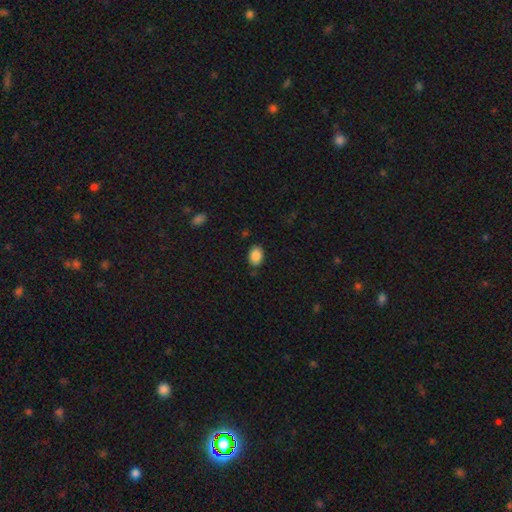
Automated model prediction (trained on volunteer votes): Smooth or featured?
  - smooth: 88% *
  - star or artifact: 8%
  - featured or disk: 4%
How rounded?
  - in between: 80% *
  - round: 19%
  - cigar-shaped: 1%
Merging?
  - none: 81% *
  - minor disturbance: 14%
  - major disturbance: 3%
  - merger: 2%